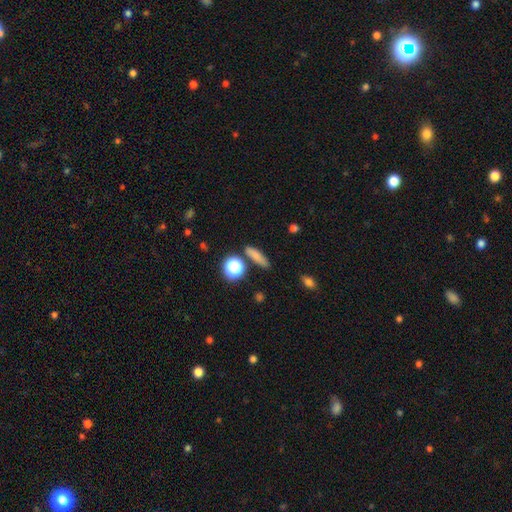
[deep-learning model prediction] This appears to be a smooth galaxy with no disk features (77%) that is cigar-shaped (58%). Merging: none (80%).